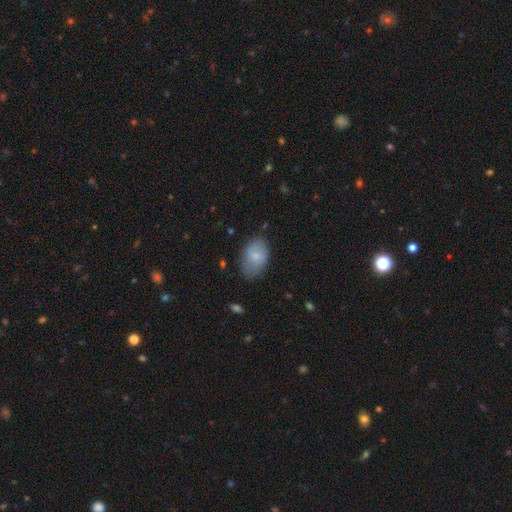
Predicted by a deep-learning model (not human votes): smooth-or-featured: smooth: 77% | featured or disk: 16% | star or artifact: 7%
  how-rounded: in between: 89% | round: 10% | cigar-shaped: 1%
  merging: none: 71% | minor disturbance: 21% | major disturbance: 6% | merger: 2%